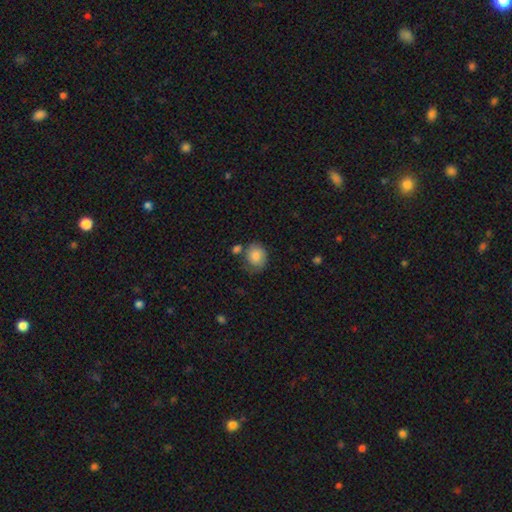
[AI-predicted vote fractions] This appears to be a smooth galaxy with no disk features (79%) that is round (60%). Merging: none (49%).